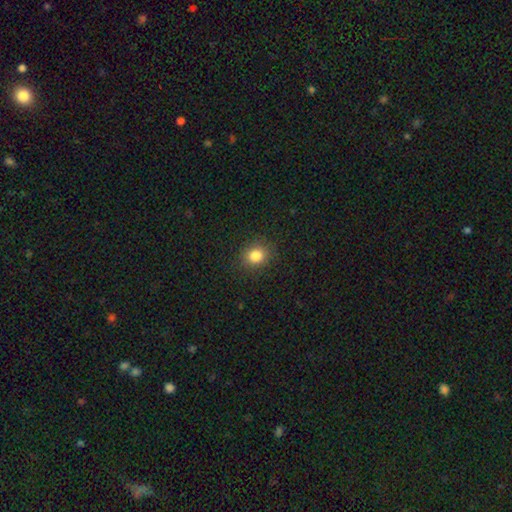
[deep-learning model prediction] smooth-or-featured: smooth: 84% | star or artifact: 11% | featured or disk: 5%
  how-rounded: round: 69% | in between: 30% | cigar-shaped: 1%
  merging: none: 88% | minor disturbance: 8% | major disturbance: 3% | merger: 1%